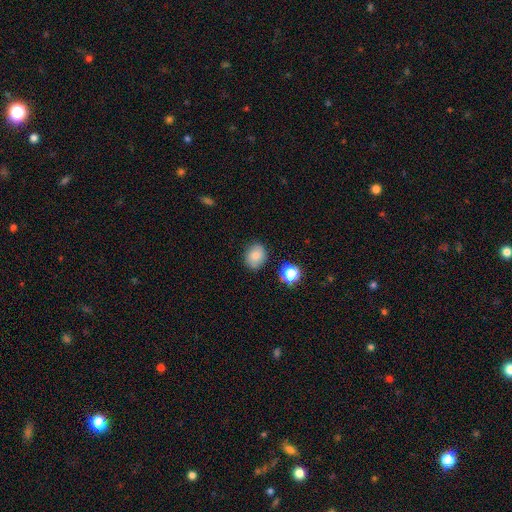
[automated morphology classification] Overall: smooth (78%). How rounded: round (55%; in between 45%). Merging: none (80%).